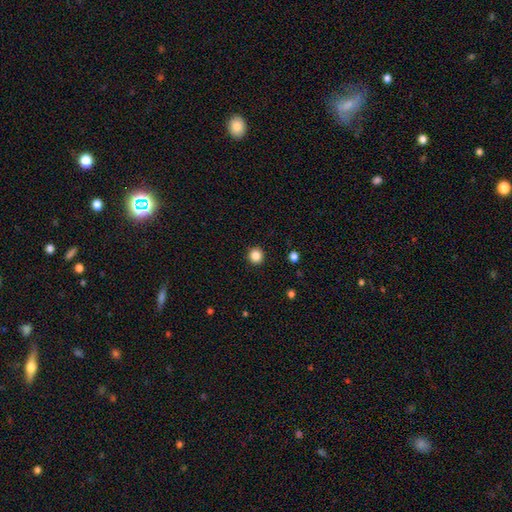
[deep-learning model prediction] Morphology: type=smooth (86%); roundness=round (94%); merging=none (93%).